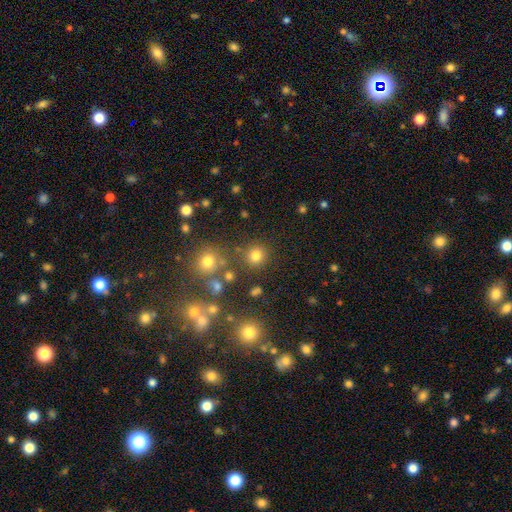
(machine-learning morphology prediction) Smooth or featured: smooth — 76% (star or artifact — 17%)
How rounded: round — 91% (in between — 8%)
Merging: none — 81% (minor disturbance — 9%)